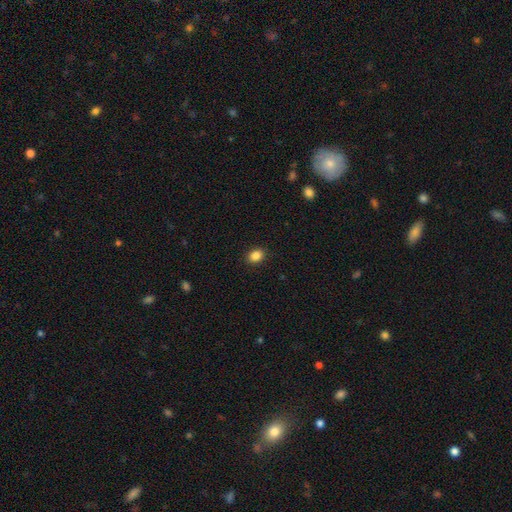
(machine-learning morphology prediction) Smooth or featured? smooth (87%)
How rounded? in between (60%)
Merging? none (90%)